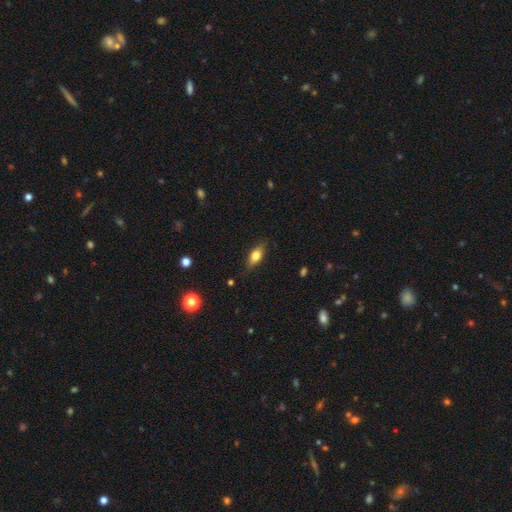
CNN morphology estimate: type=smooth (72%); roundness=in between (79%); merging=none (80%).